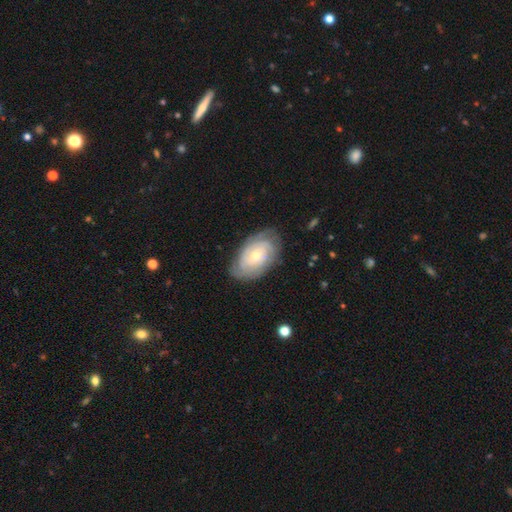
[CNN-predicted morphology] Smooth or featured? featured or disk (79%)
Edge-on disk? no (96%)
Bar? no (74%)
Spiral arms? yes (94%)
Spiral winding? tight (75%)
Spiral arm count? can't tell (39%)
Bulge size? small (56%)
Merging? none (77%)